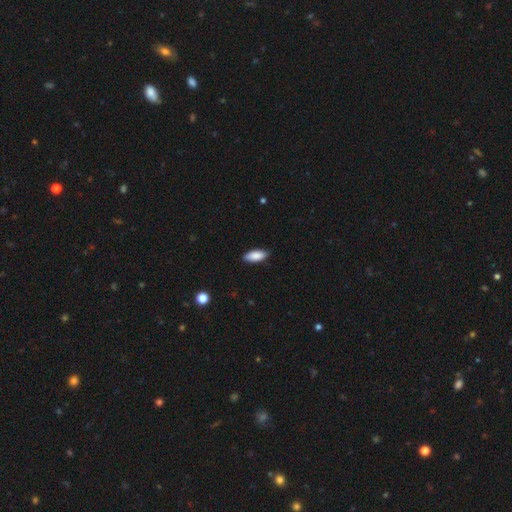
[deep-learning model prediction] A smooth galaxy with no disk features (88%) that is in between round and cigar-shaped (84%).

Vote fractions:
- Smooth or featured? smooth: 88% / star or artifact: 6% / featured or disk: 6%
- How rounded? in between: 84% / cigar-shaped: 14% / round: 2%
- Merging? none: 88% / minor disturbance: 10% / major disturbance: 2% / merger: 1%